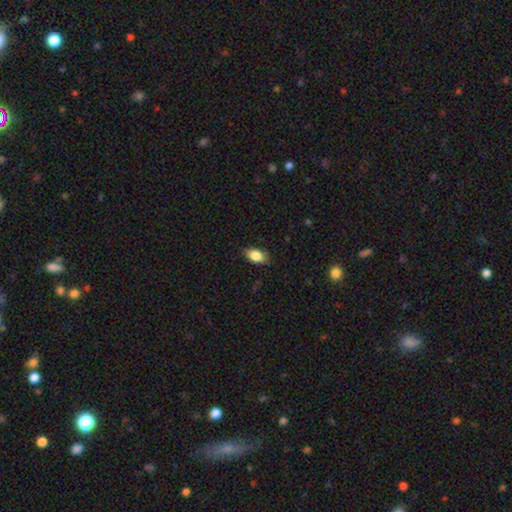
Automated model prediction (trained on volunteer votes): Overall: smooth (83%). How rounded: in between (87%). Merging: none (81%).